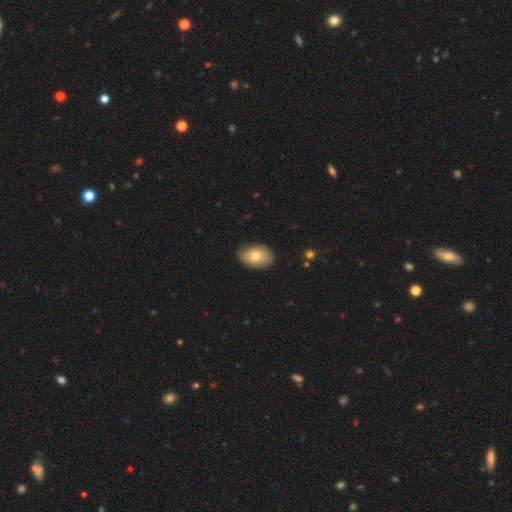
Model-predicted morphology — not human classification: type=smooth (71%); roundness=in between (84%); merging=none (72%).